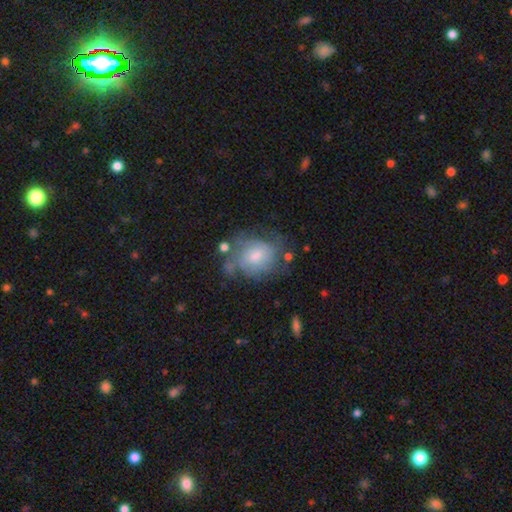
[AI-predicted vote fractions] Q: Smooth or featured?
A: featured or disk (58%); runner-up: smooth (33%)
Q: Edge-on disk?
A: no (97%); runner-up: yes (3%)
Q: Bar?
A: no (59%); runner-up: weak (36%)
Q: Spiral arms?
A: yes (75%); runner-up: no (25%)
Q: Bulge size?
A: moderate (50%); runner-up: small (36%)
Q: Merging?
A: none (53%); runner-up: minor disturbance (25%)